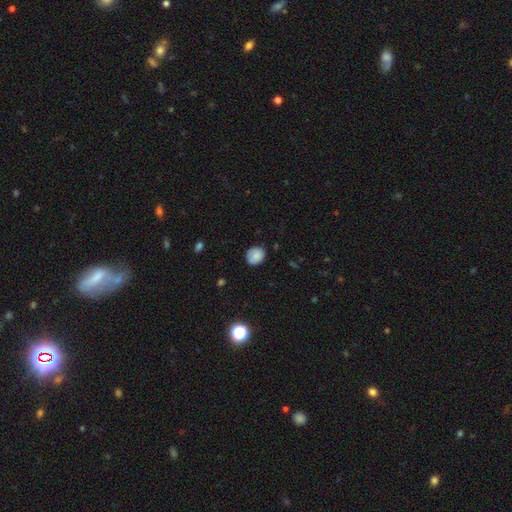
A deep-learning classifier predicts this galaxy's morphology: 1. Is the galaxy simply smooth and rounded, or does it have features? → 84% smooth, 9% star or artifact, 7% featured or disk.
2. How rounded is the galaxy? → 76% round, 23% in between, 1% cigar-shaped.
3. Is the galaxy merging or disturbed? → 78% none, 18% minor disturbance, 3% major disturbance, 1% merger.